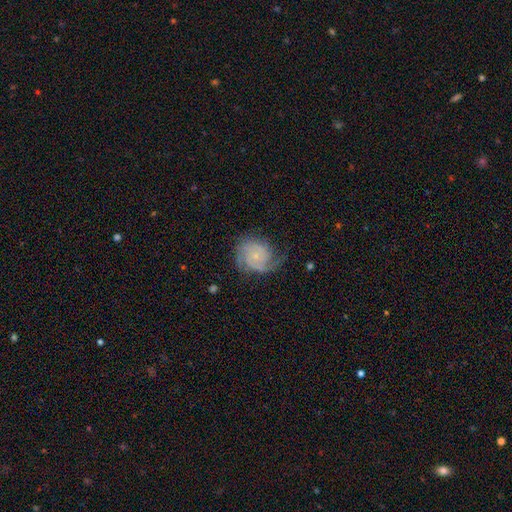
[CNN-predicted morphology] A featured or disk galaxy (78%) with no bar (78%), 2 (36%) tight (50%) spiral arms (95%) and a small central bulge (77%).

Vote fractions:
- Smooth or featured? featured or disk: 78% / smooth: 15% / star or artifact: 6%
- Edge-on disk? no: 98% / yes: 2%
- Bar? no: 78% / weak: 20% / strong: 3%
- Spiral arms? yes: 95% / no: 5%
- Spiral winding? tight: 50% / medium: 37% / loose: 13%
- Spiral arm count? 2: 36% / 3: 25% / can't tell: 21% / 1: 8% / 4: 6% / more than 4: 5%
- Bulge size? small: 77% / moderate: 14% / none: 7% / large: 1% / dominant: 1%
- Merging? none: 63% / minor disturbance: 22% / major disturbance: 13% / merger: 1%